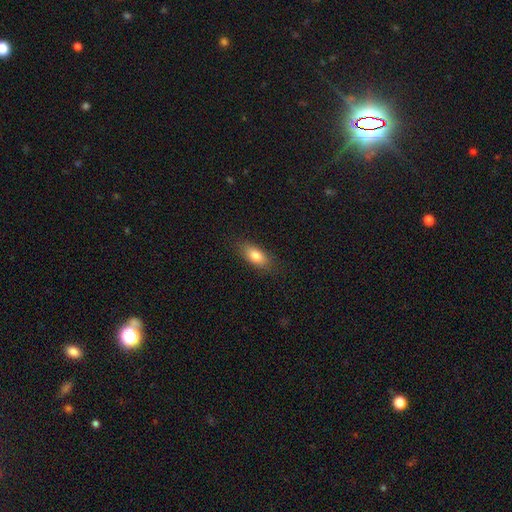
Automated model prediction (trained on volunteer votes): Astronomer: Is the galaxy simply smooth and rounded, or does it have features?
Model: smooth — 81%.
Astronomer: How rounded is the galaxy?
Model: in between — 84%.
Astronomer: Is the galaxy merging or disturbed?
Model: none — 83%.